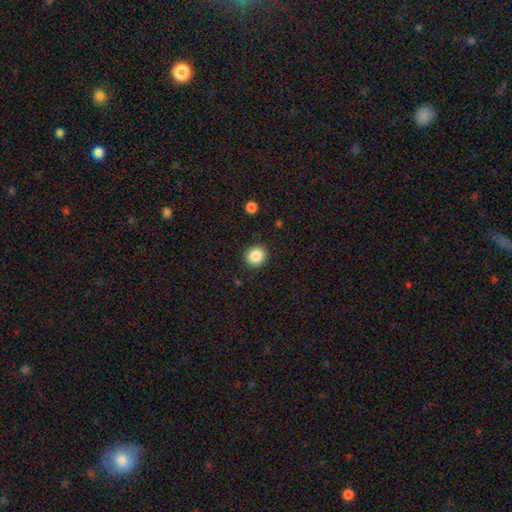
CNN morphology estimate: Smooth or featured?
  - smooth: 85% *
  - star or artifact: 10%
  - featured or disk: 5%
How rounded?
  - round: 84% *
  - in between: 15%
  - cigar-shaped: 1%
Merging?
  - none: 90% *
  - minor disturbance: 7%
  - major disturbance: 2%
  - merger: 1%